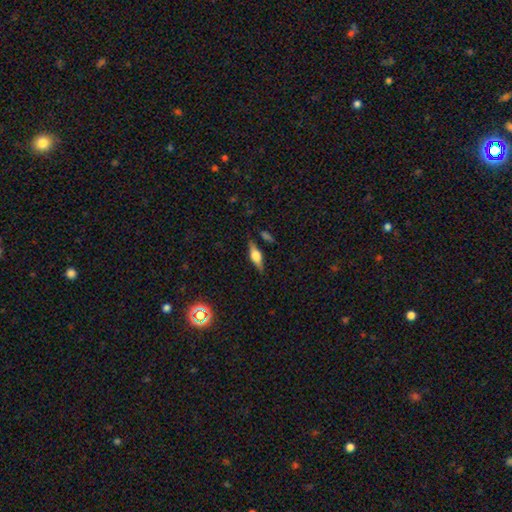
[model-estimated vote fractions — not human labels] Smooth or featured?
  - featured or disk: 61% *
  - smooth: 30%
  - star or artifact: 8%
Edge-on disk?
  - yes: 95% *
  - no: 5%
Edge-on bulge?
  - rounded: 89% *
  - boxy: 9%
  - none: 2%
Merging?
  - none: 84% *
  - minor disturbance: 11%
  - major disturbance: 3%
  - merger: 2%